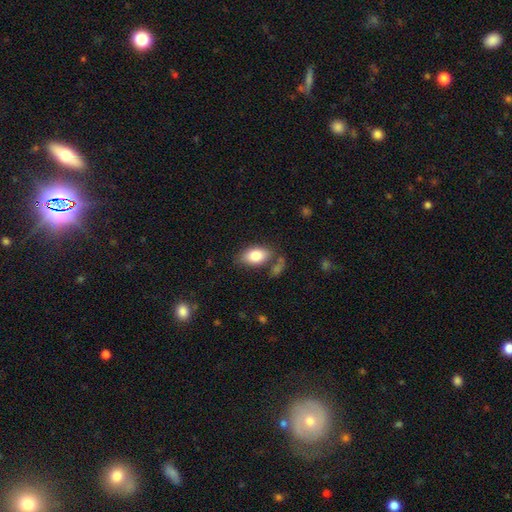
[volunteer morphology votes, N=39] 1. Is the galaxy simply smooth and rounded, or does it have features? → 85% smooth, 8% featured or disk, 8% star or artifact.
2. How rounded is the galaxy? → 91% in between, 6% round, 3% cigar-shaped.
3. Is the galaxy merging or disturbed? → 64% none, 17% minor disturbance, 11% major disturbance, 8% merger.